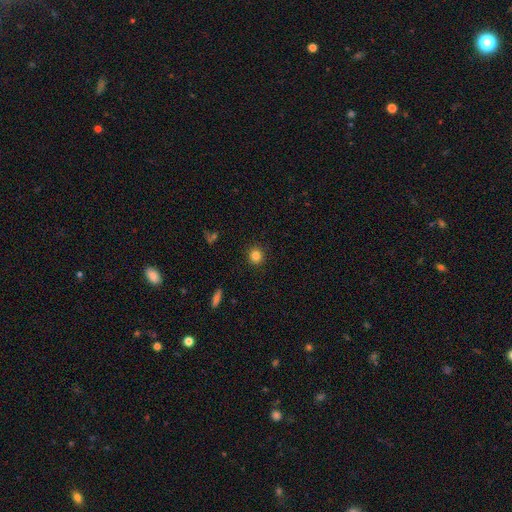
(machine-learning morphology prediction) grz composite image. It shows a smooth galaxy with no disk features (84%) that is round (91%). Merging: none (91%).